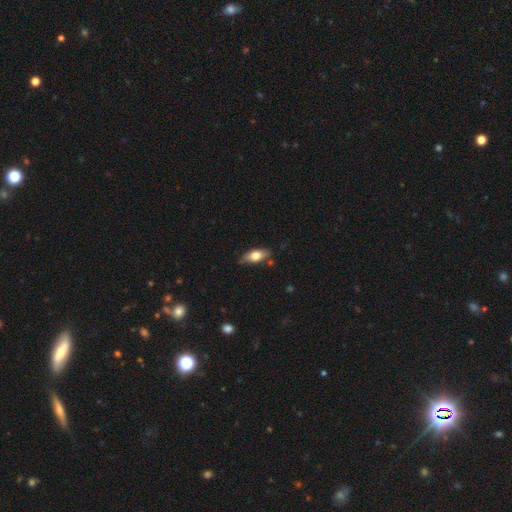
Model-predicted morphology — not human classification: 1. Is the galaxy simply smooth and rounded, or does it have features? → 71% smooth, 22% featured or disk, 7% star or artifact.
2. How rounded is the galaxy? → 85% in between, 11% cigar-shaped, 4% round.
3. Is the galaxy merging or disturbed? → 79% none, 16% minor disturbance, 3% major disturbance, 3% merger.